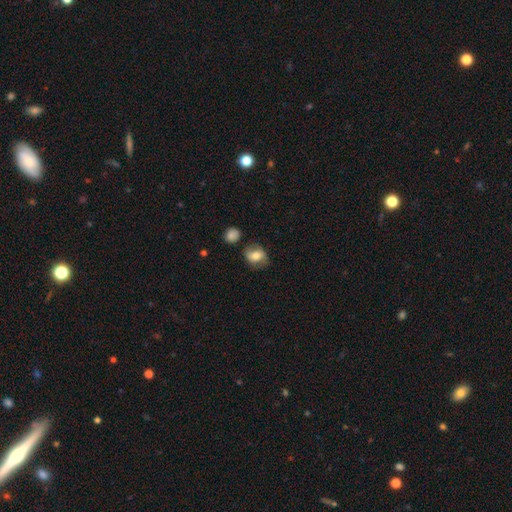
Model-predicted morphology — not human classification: The model was most divided on "how rounded": in between: 52%, round: 46%, cigar-shaped: 1%. More confident: merging — none (69%); smooth or featured — smooth (66%).